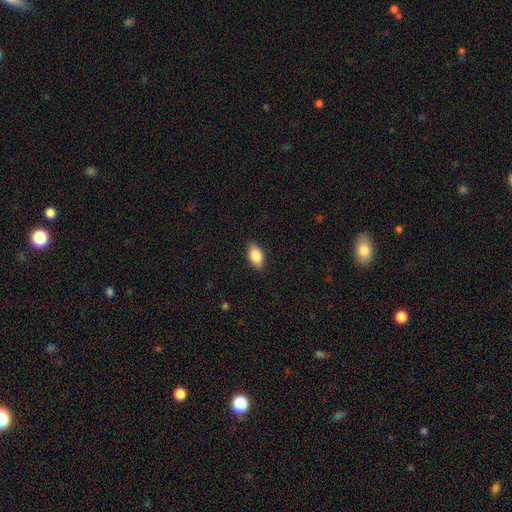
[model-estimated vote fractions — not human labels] Smooth or featured: smooth — 83% (featured or disk — 11%)
How rounded: in between — 90% (round — 6%)
Merging: none — 87% (minor disturbance — 10%)